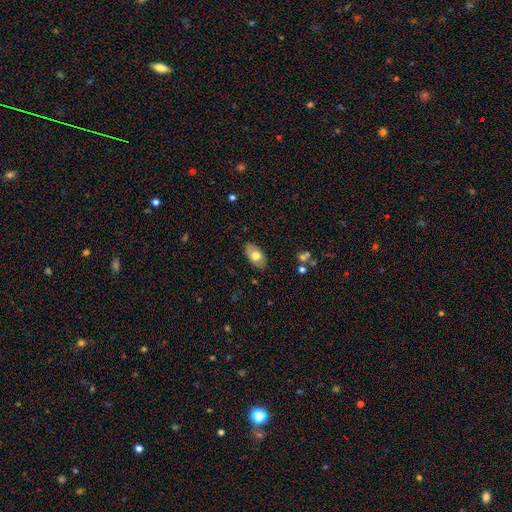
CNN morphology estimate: Overall: smooth (69%). How rounded: in between (93%). Merging: none (85%).